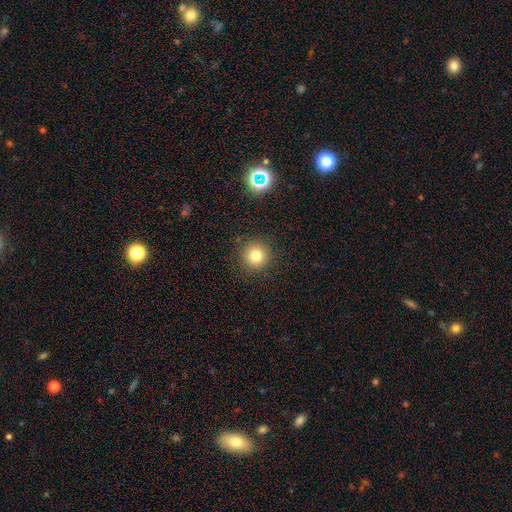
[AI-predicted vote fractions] smooth_or_featured: smooth (p=0.78) [alt: star or artifact p=0.14]
how_rounded: round (p=0.95) [alt: in between p=0.04]
merging: none (p=0.90) [alt: minor disturbance p=0.06]